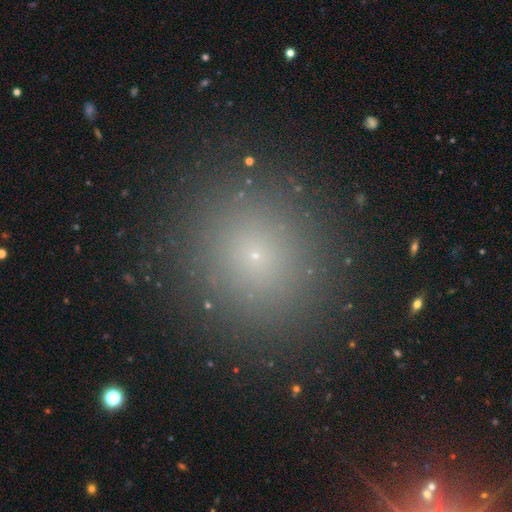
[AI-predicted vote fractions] smooth_or_featured: smooth (p=0.66) [alt: star or artifact p=0.26]
how_rounded: round (p=0.90) [alt: in between p=0.09]
merging: none (p=0.90) [alt: minor disturbance p=0.06]